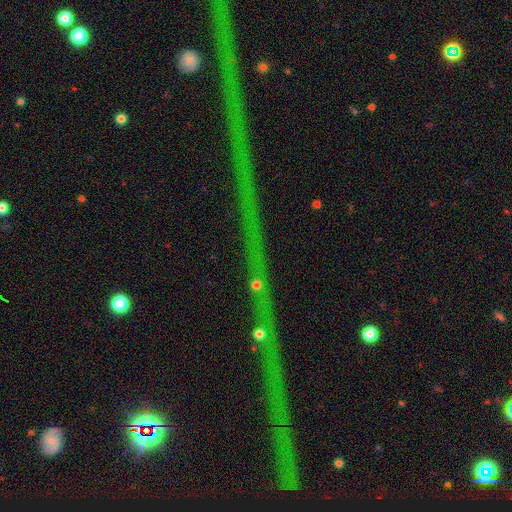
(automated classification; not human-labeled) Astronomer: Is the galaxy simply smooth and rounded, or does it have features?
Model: star or artifact — 70%.